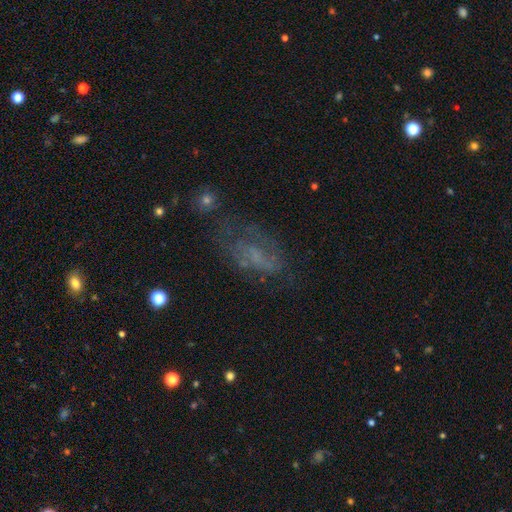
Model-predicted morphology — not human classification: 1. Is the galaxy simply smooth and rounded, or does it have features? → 48% featured or disk, 33% smooth, 19% star or artifact.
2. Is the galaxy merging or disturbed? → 44% none, 29% major disturbance, 23% minor disturbance, 4% merger.